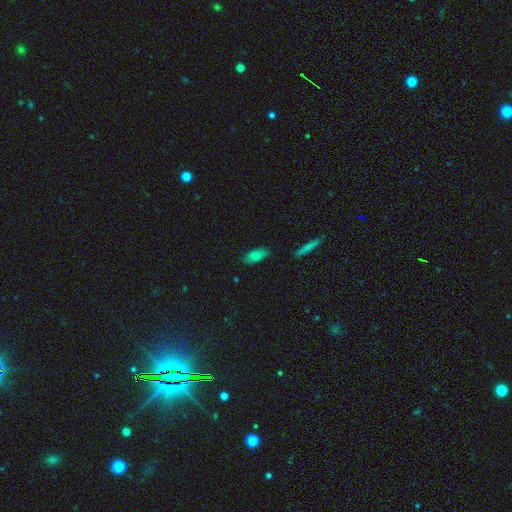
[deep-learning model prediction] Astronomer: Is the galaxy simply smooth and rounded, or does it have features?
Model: smooth — 79%.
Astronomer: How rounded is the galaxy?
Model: in between — 82%.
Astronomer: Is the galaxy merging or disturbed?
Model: none — 79%.